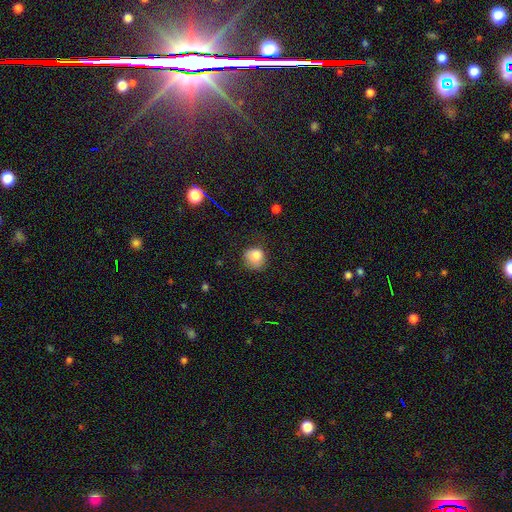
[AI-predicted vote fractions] Smooth or featured? Predicted: smooth (p=0.82). How rounded? Predicted: round (p=0.81). Merging? Predicted: none (p=0.61).